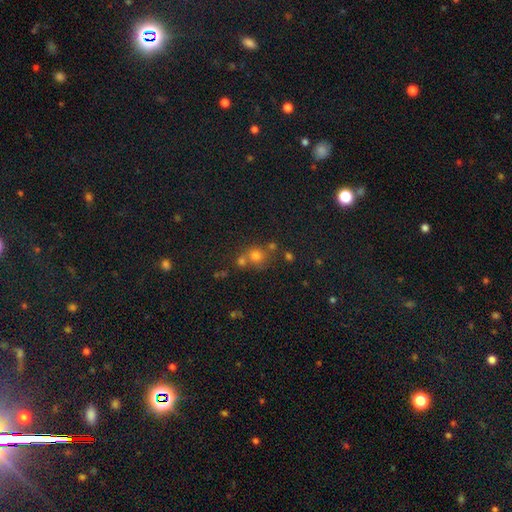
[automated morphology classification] Overall: smooth (68%). How rounded: round (85%). Merging: none (54%; merger 33%).